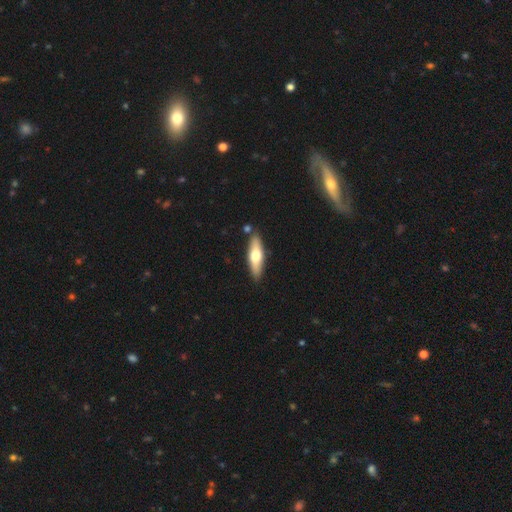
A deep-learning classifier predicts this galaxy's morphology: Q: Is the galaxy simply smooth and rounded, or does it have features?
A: smooth — 54%.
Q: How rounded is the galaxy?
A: cigar-shaped — 57%.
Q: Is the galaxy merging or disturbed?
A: none — 84%.